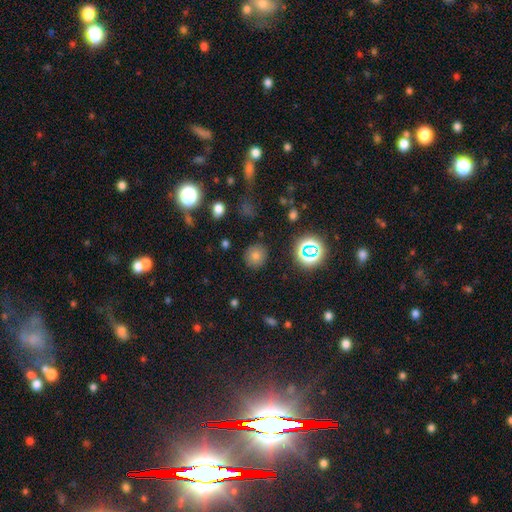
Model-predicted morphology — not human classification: Q: Smooth or featured?
A: smooth (72%); runner-up: star or artifact (19%)
Q: How rounded?
A: round (91%); runner-up: in between (8%)
Q: Merging?
A: none (88%); runner-up: minor disturbance (8%)